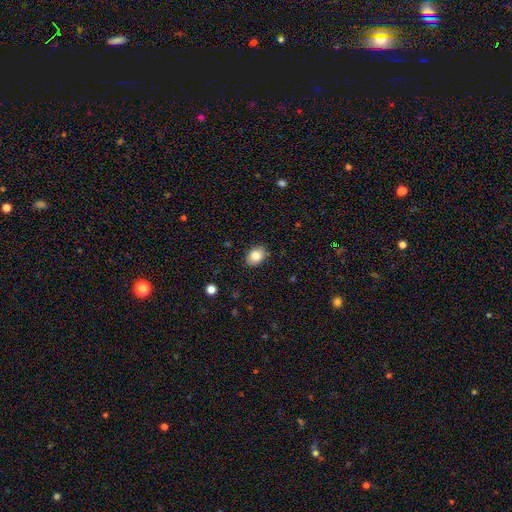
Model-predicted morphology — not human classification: Smooth or featured: smooth — 83% (star or artifact — 9%)
How rounded: in between — 62% (round — 38%)
Merging: none — 87% (minor disturbance — 10%)